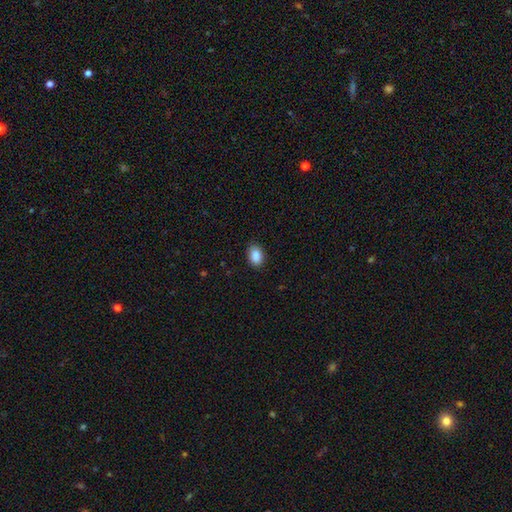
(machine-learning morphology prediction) smooth-or-featured: smooth: 89% | star or artifact: 8% | featured or disk: 4%
  how-rounded: in between: 84% | round: 14% | cigar-shaped: 1%
  merging: none: 87% | minor disturbance: 10% | major disturbance: 2% | merger: 1%